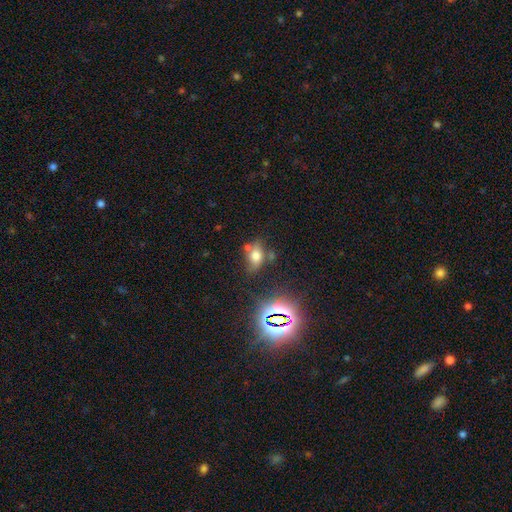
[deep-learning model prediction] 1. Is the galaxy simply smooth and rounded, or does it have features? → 63% smooth, 22% star or artifact, 15% featured or disk.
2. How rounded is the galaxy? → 74% in between, 23% round, 3% cigar-shaped.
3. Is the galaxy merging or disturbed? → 60% none, 19% minor disturbance, 14% merger, 7% major disturbance.